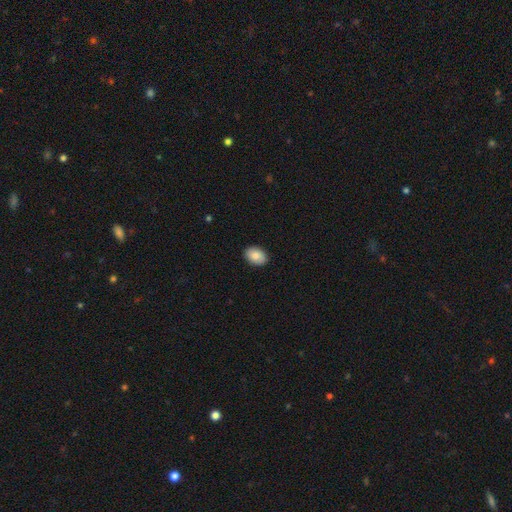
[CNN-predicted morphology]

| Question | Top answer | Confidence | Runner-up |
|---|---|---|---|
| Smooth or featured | smooth | 85% | featured or disk (8%) |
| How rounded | in between | 79% | round (20%) |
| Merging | none | 90% | minor disturbance (7%) |